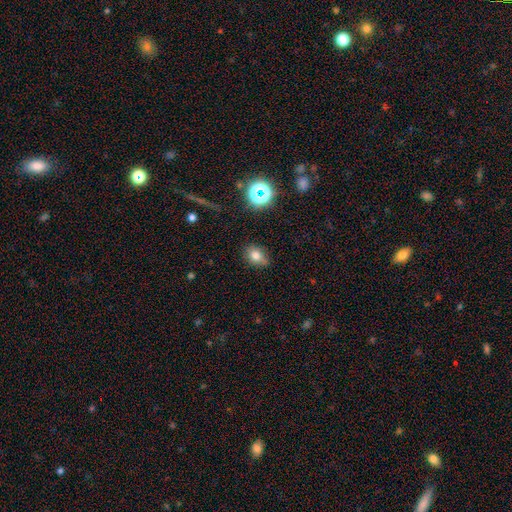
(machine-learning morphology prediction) Smooth or featured? smooth (75%)
How rounded? in between (70%)
Merging? none (77%)